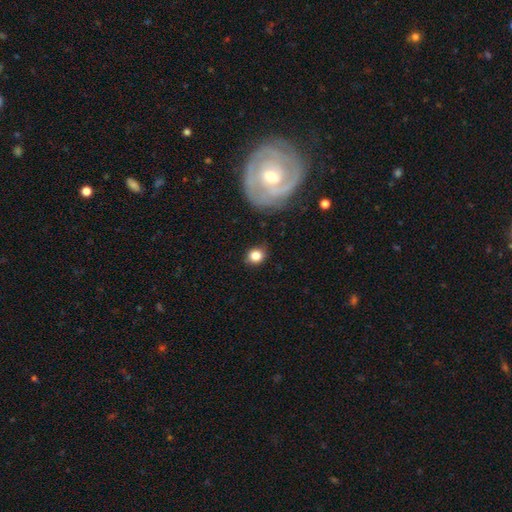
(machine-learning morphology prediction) Q: Smooth or featured?
A: smooth (82%); runner-up: star or artifact (10%)
Q: How rounded?
A: round (76%); runner-up: in between (23%)
Q: Merging?
A: none (82%); runner-up: minor disturbance (12%)